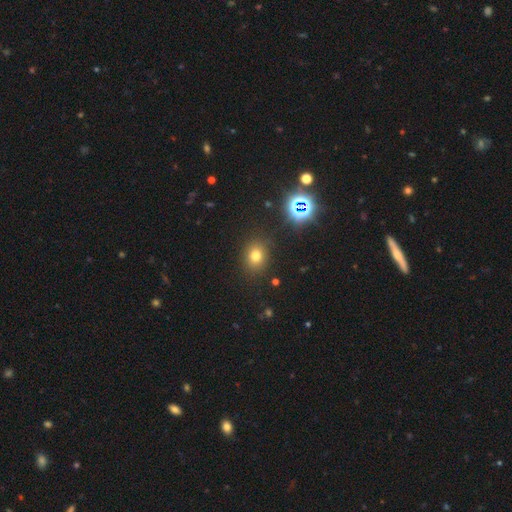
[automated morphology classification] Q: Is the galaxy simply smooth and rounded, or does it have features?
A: smooth — 71%.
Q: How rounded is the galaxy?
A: round — 59%.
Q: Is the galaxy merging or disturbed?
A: none — 86%.